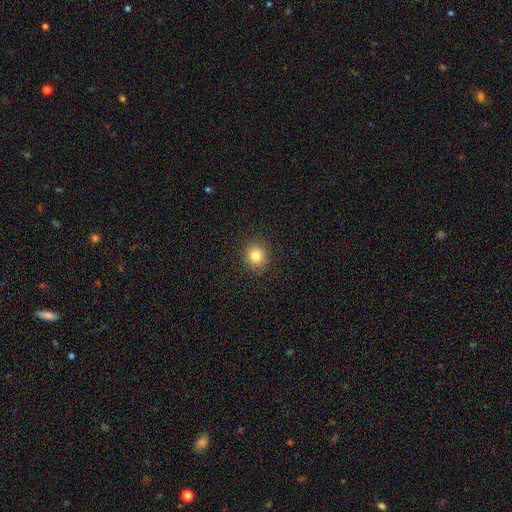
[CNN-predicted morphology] smooth_or_featured: smooth (p=0.82) [alt: star or artifact p=0.12]
how_rounded: round (p=0.89) [alt: in between p=0.10]
merging: none (p=0.91) [alt: minor disturbance p=0.06]